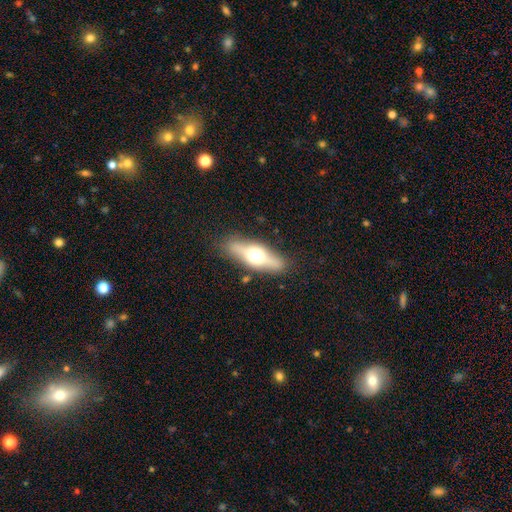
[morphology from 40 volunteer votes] Overall: featured or disk (52%; smooth 45%). Edge-on disk: yes (86%). Edge-on bulge: rounded (94%). Merging: none (74%).